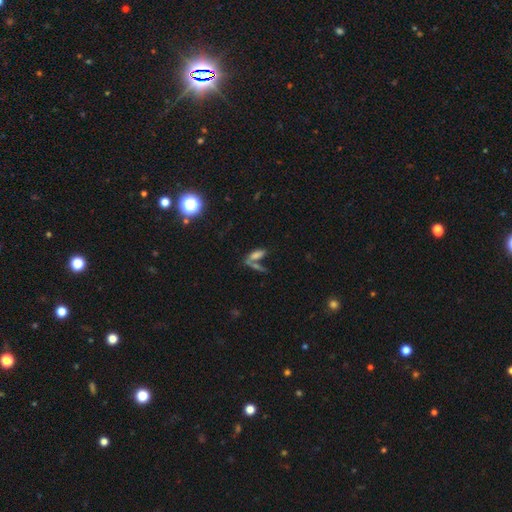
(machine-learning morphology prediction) Smooth or featured?
  - smooth: 66% *
  - featured or disk: 18%
  - star or artifact: 17%
How rounded?
  - in between: 61% *
  - cigar-shaped: 34%
  - round: 5%
Merging?
  - merger: 46% *
  - none: 36%
  - minor disturbance: 10%
  - major disturbance: 8%